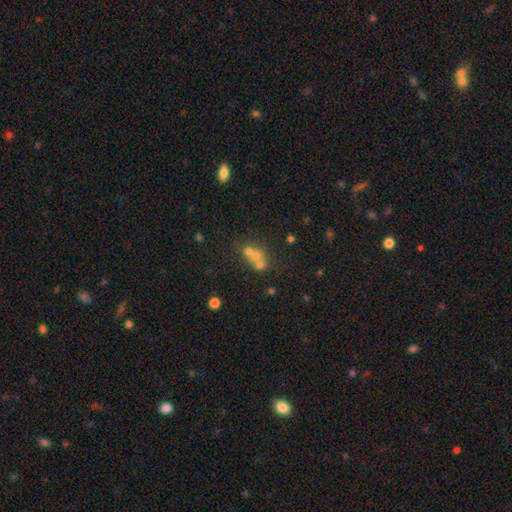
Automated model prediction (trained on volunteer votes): Overall: smooth (53%; featured or disk 25%). How rounded: round (69%). Merging: merger (56%; none 32%).